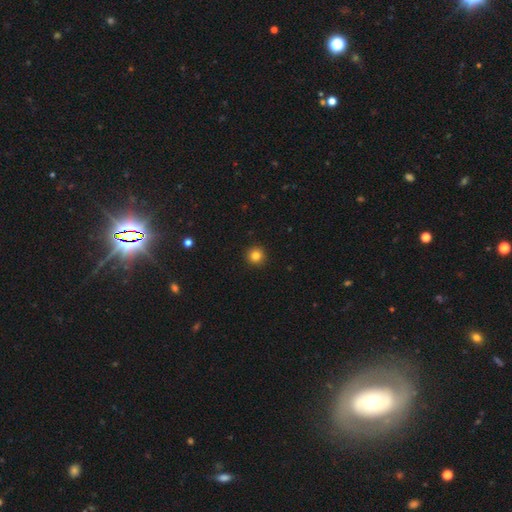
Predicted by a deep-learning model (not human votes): Smooth or featured? Predicted: smooth (p=0.84). How rounded? Predicted: round (p=0.95). Merging? Predicted: none (p=0.93).